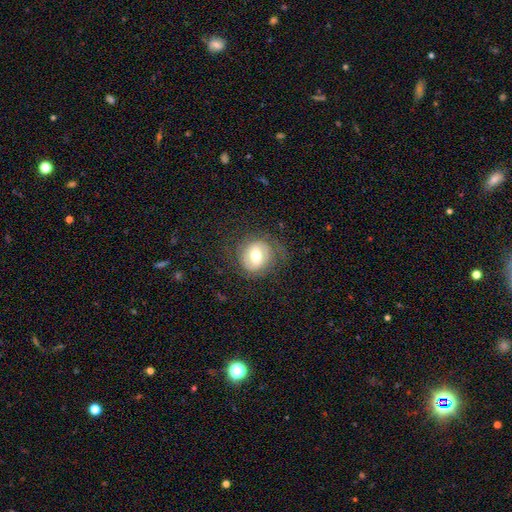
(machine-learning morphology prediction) This appears to be a smooth galaxy with no disk features (50%) that is round (83%). Merging: none (73%).